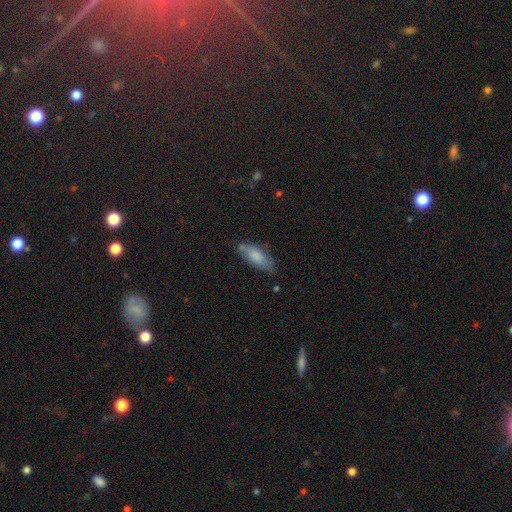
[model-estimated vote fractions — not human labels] A smooth galaxy with no disk features (79%) that is in between round and cigar-shaped (69%). Merging: none (61%).